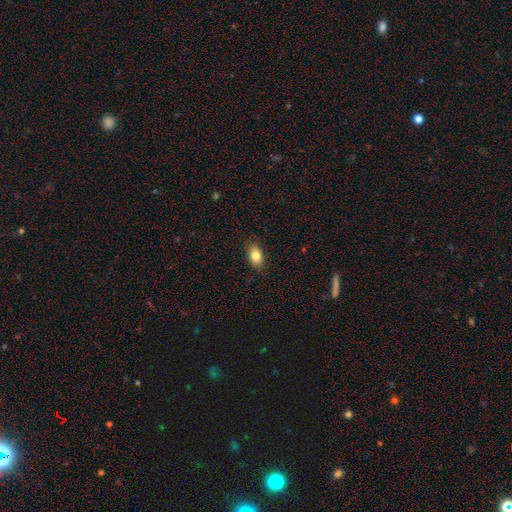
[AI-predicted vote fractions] This appears to be a smooth galaxy with no disk features (83%) that is in between round and cigar-shaped (87%). Merging: none (87%).